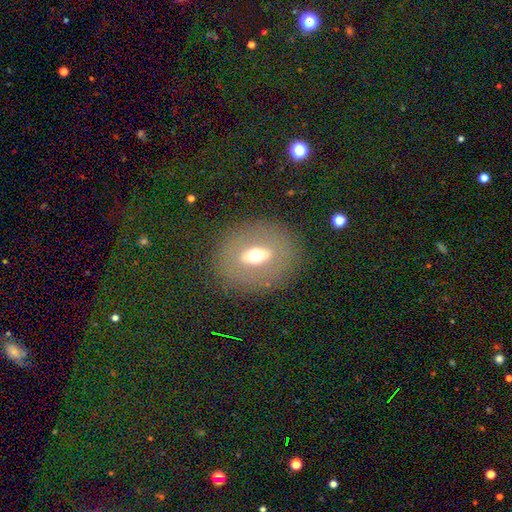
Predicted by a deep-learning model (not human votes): This is possibly a featured or disk galaxy (49%). Merging: clearly none (83%).